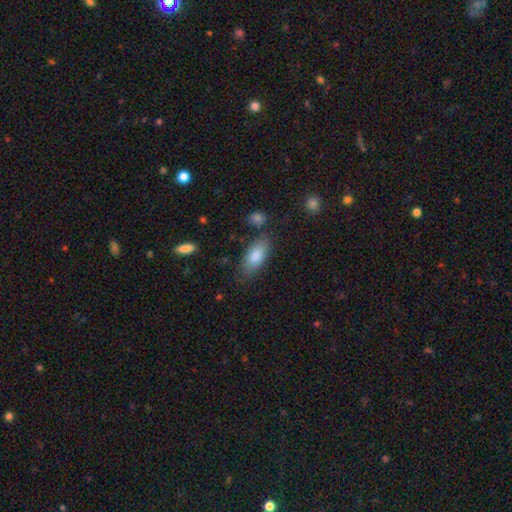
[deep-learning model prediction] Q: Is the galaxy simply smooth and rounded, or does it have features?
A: smooth — 84%.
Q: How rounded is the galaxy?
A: in between — 86%.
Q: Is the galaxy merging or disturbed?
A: none — 74%.